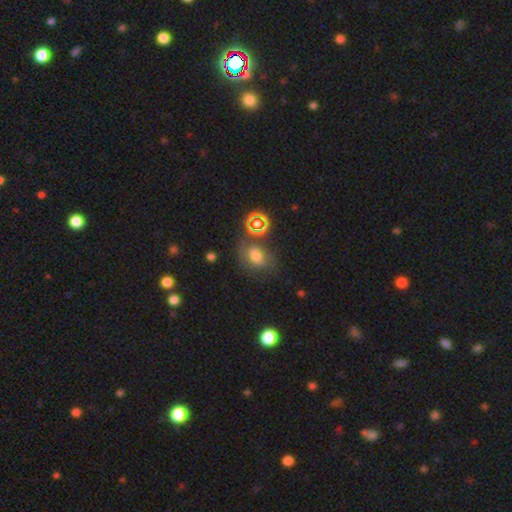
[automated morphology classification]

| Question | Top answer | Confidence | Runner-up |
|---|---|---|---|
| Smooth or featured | smooth | 58% | featured or disk (21%) |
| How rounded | in between | 65% | round (33%) |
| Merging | none | 63% | minor disturbance (19%) |